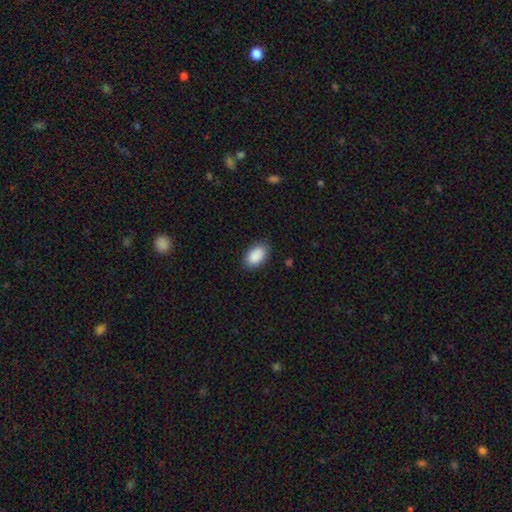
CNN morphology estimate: A smooth galaxy with no disk features (91%) that is in between round and cigar-shaped (93%). Merging: none (85%).